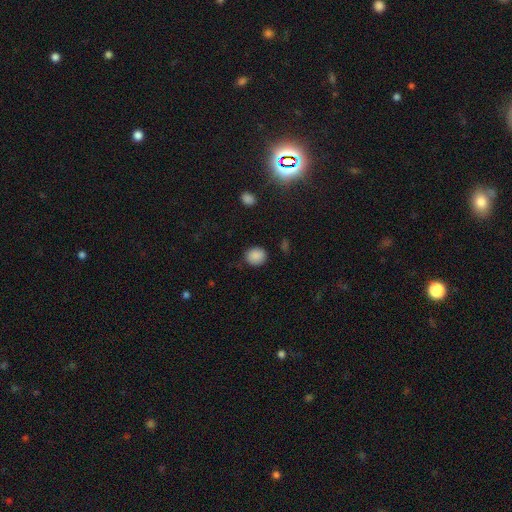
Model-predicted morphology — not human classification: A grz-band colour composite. It shows a smooth galaxy with no disk features (87%) that is round (76%). Merging: none (84%).